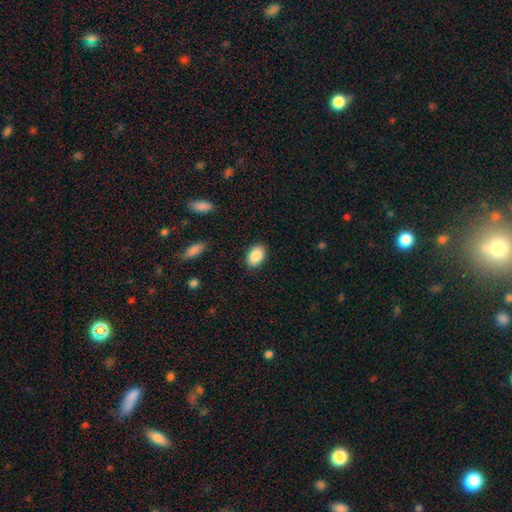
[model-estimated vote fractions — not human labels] smooth_or_featured: smooth (p=0.88) [alt: star or artifact p=0.07]
how_rounded: in between (p=0.88) [alt: round p=0.11]
merging: none (p=0.88) [alt: minor disturbance p=0.09]